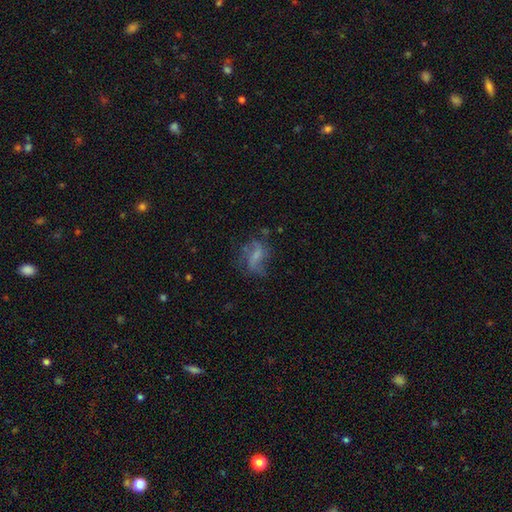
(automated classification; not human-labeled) Overall: featured or disk (51%; smooth 35%). Edge-on disk: no (96%). Merging: none (44%; major disturbance 30%).